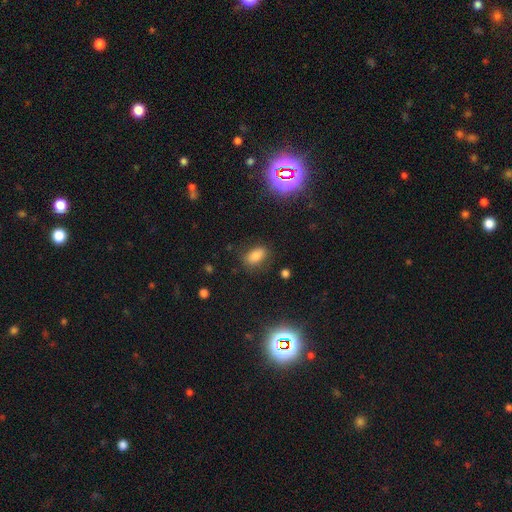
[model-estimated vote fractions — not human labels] Smooth or featured?
  - smooth: 75% *
  - star or artifact: 15%
  - featured or disk: 10%
How rounded?
  - in between: 87% *
  - round: 10%
  - cigar-shaped: 3%
Merging?
  - none: 77% *
  - minor disturbance: 16%
  - major disturbance: 5%
  - merger: 2%